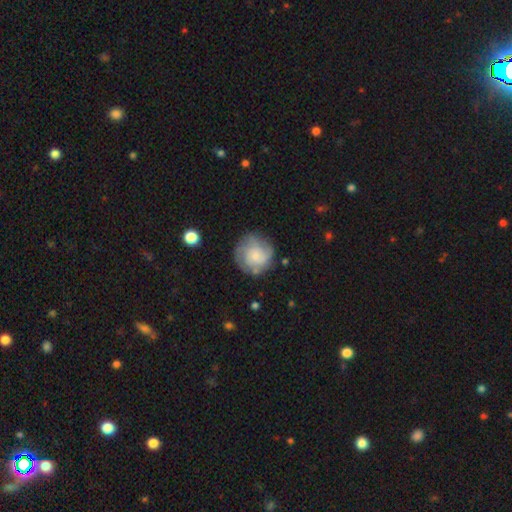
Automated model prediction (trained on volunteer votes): Morphology: type=smooth (47%); merging=none (68%).